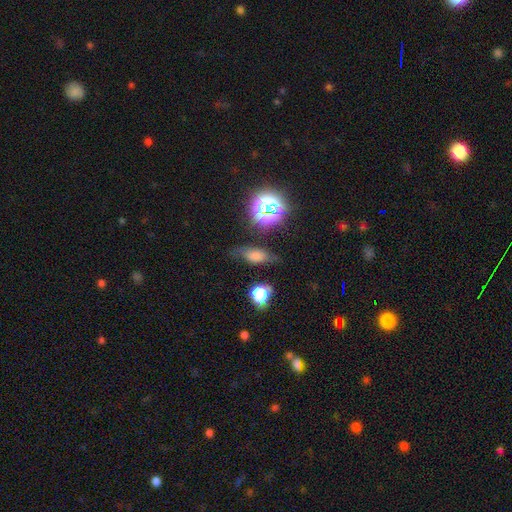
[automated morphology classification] type=smooth (59%); roundness=in between (69%); merging=none (62%).